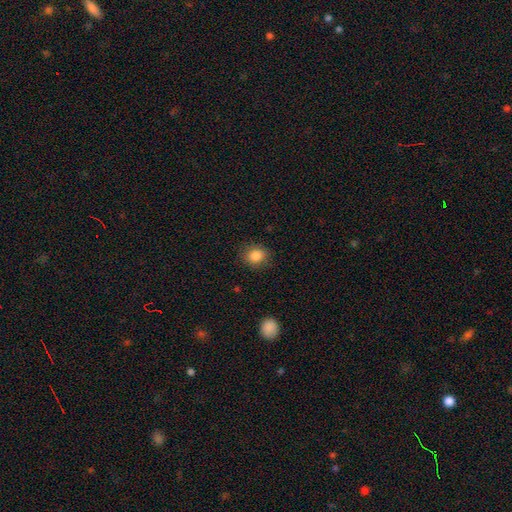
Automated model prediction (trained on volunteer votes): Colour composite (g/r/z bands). It shows a smooth galaxy with no disk features (85%) that is round (65%). Merging: none (85%).